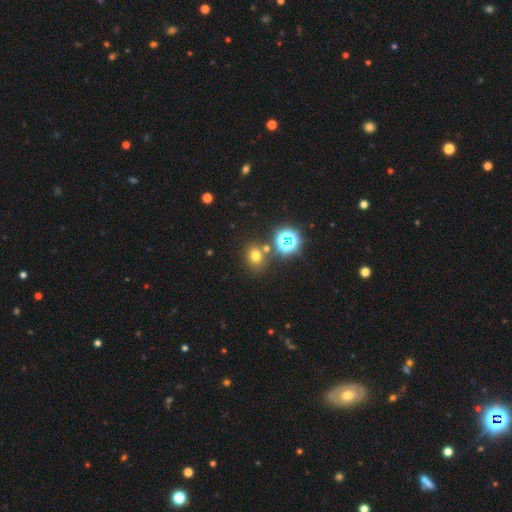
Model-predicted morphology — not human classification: smooth 65%, star or artifact 26%, featured or disk 8%. Down the decision tree: how rounded — round (68%); merging — none (72%).